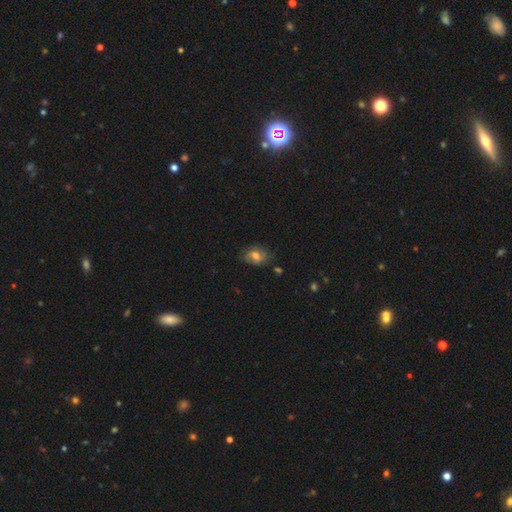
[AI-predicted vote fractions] Overall: smooth (59%; featured or disk 30%). How rounded: in between (72%). Merging: none (64%; minor disturbance 25%).